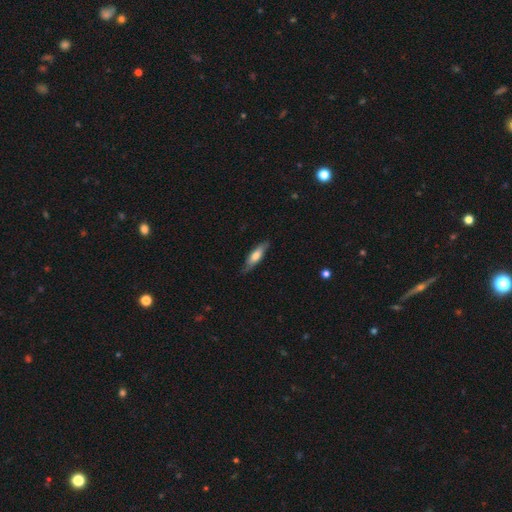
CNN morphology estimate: smooth_or_featured: smooth (p=0.59) [alt: featured or disk p=0.36]
how_rounded: cigar-shaped (p=0.61) [alt: in between p=0.37]
merging: none (p=0.79) [alt: minor disturbance p=0.17]